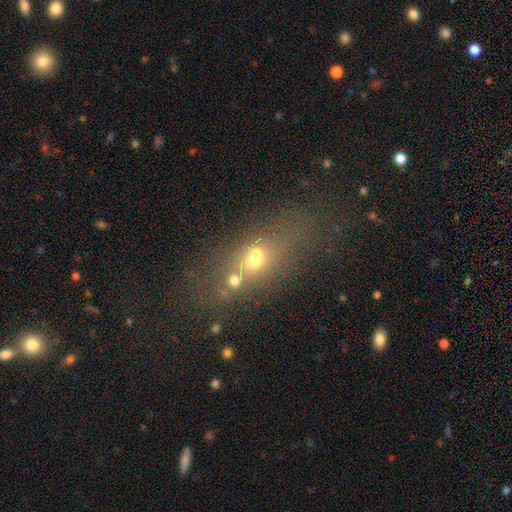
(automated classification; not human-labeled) A smooth galaxy with no disk features (49%). Merging: merger (48%).